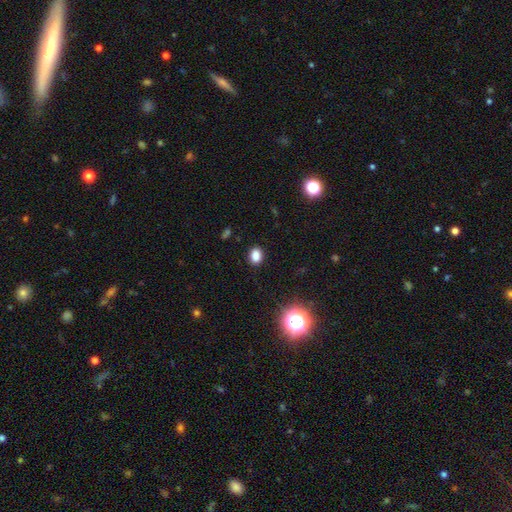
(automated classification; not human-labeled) smooth_or_featured: smooth (p=0.82) [alt: star or artifact p=0.14]
how_rounded: in between (p=0.62) [alt: round p=0.37]
merging: none (p=0.88) [alt: minor disturbance p=0.09]